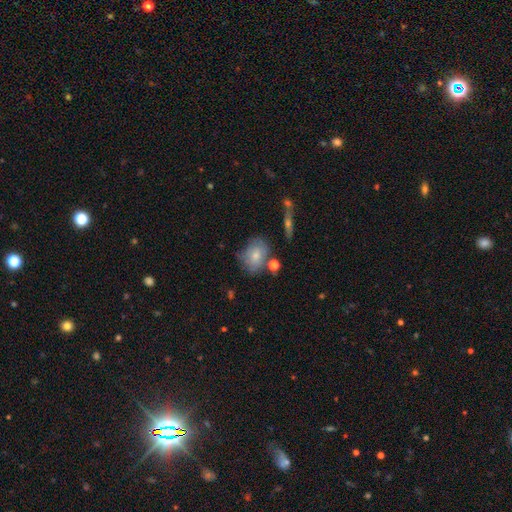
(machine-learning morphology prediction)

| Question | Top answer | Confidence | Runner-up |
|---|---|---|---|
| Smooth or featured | smooth | 67% | featured or disk (25%) |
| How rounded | in between | 54% | round (44%) |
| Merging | none | 57% | minor disturbance (25%) |